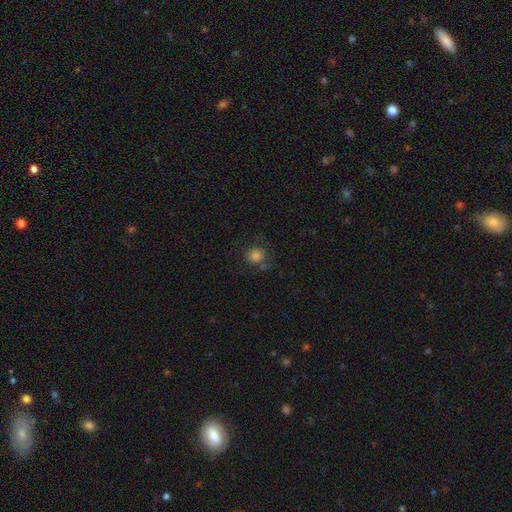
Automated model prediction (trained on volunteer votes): smooth-or-featured: smooth: 80% | star or artifact: 13% | featured or disk: 7%
  how-rounded: round: 91% | in between: 8% | cigar-shaped: 1%
  merging: none: 69% | minor disturbance: 16% | major disturbance: 8% | merger: 6%